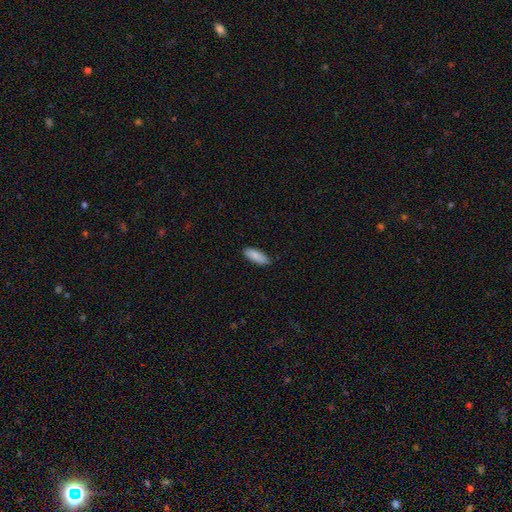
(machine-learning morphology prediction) Smooth or featured? Predicted: smooth (p=0.88). How rounded? Predicted: in between (p=0.71). Merging? Predicted: none (p=0.83).